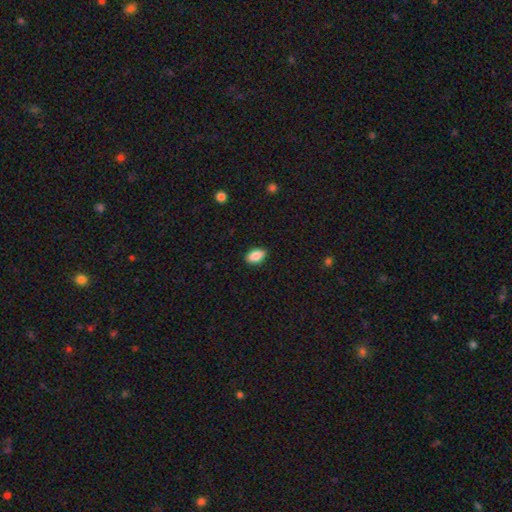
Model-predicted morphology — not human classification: This is clearly a smooth galaxy (86%). How rounded: clearly in between (91%). Merging: clearly none (87%).